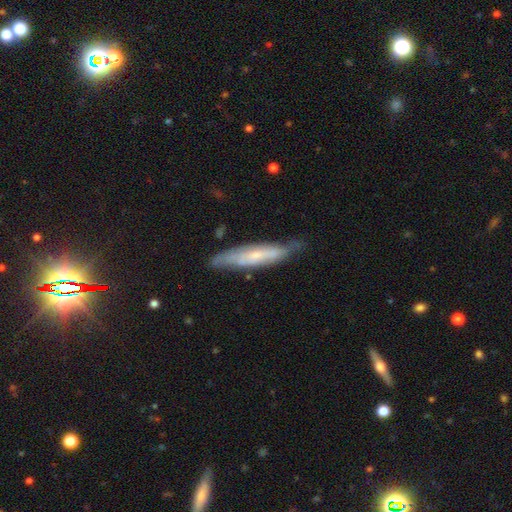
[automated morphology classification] This is possibly a featured or disk galaxy (58%). It is likely viewed edge-on (62%). Merging: likely none (70%).